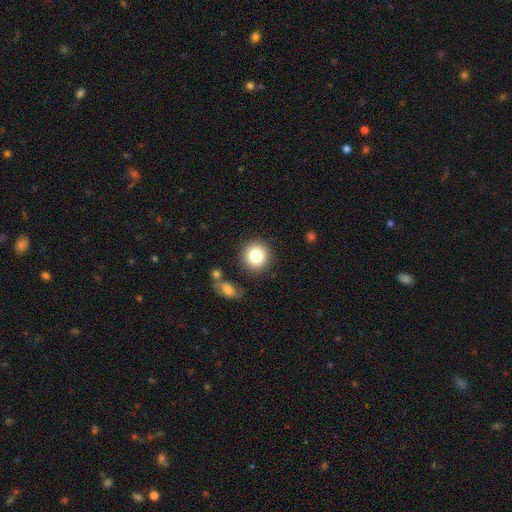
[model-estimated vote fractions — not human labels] smooth 82%, star or artifact 10%, featured or disk 9%. Down the decision tree: how rounded — round (90%); merging — none (85%).